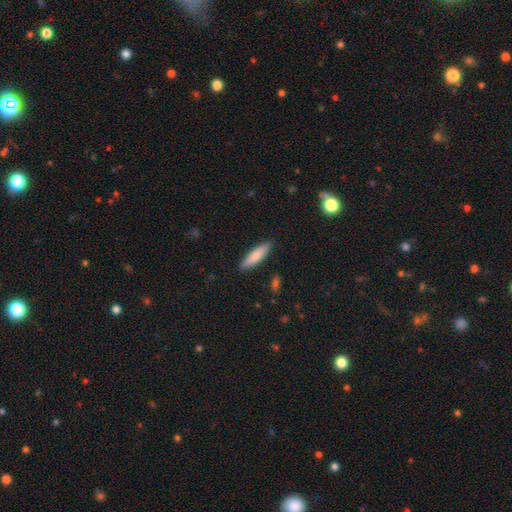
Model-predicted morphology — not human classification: smooth-or-featured: smooth: 78% | featured or disk: 17% | star or artifact: 6%
  how-rounded: cigar-shaped: 70% | in between: 28% | round: 2%
  merging: none: 89% | minor disturbance: 8% | major disturbance: 2% | merger: 1%